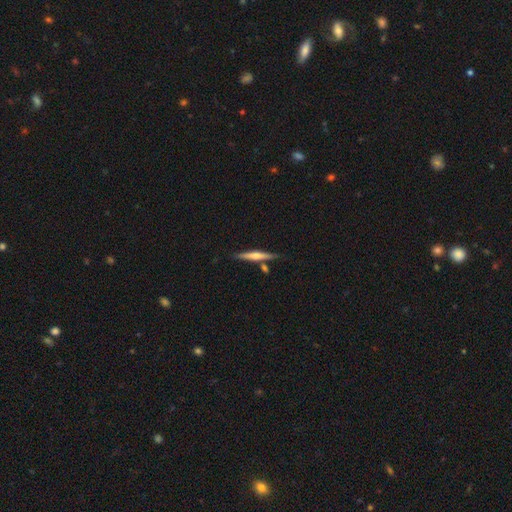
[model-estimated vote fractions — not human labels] Smooth or featured? Predicted: featured or disk (p=0.60). Edge-on disk? Predicted: yes (p=0.97). Edge-on bulge? Predicted: rounded (p=0.77). Merging? Predicted: none (p=0.79).